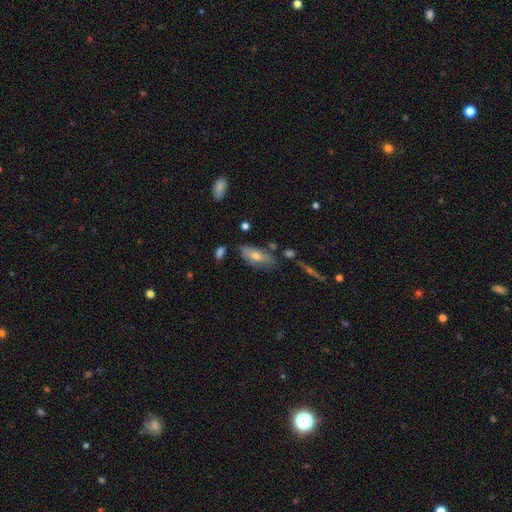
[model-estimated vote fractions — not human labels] Smooth or featured? smooth (55%)
How rounded? in between (74%)
Merging? none (68%)